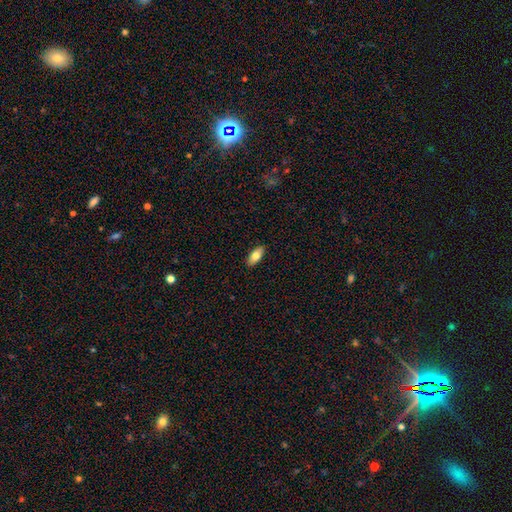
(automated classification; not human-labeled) A smooth galaxy with no disk features (77%) that is in between round and cigar-shaped (84%).

Vote fractions:
- Smooth or featured? smooth: 77% / featured or disk: 17% / star or artifact: 6%
- How rounded? in between: 84% / cigar-shaped: 13% / round: 2%
- Merging? none: 90% / minor disturbance: 8% / major disturbance: 2% / merger: 1%